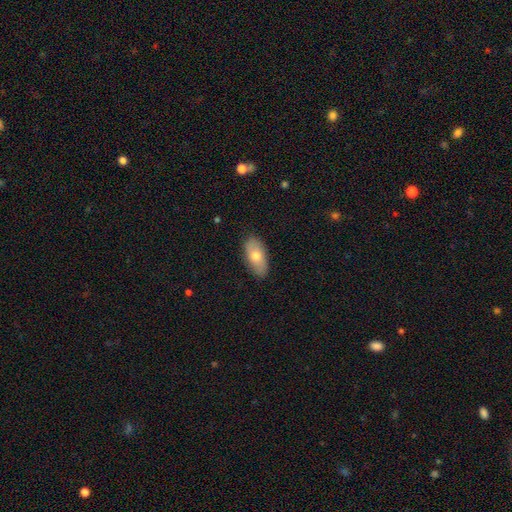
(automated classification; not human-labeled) Q: Smooth or featured?
A: smooth (70%); runner-up: featured or disk (24%)
Q: How rounded?
A: in between (89%); runner-up: cigar-shaped (7%)
Q: Merging?
A: none (86%); runner-up: minor disturbance (11%)